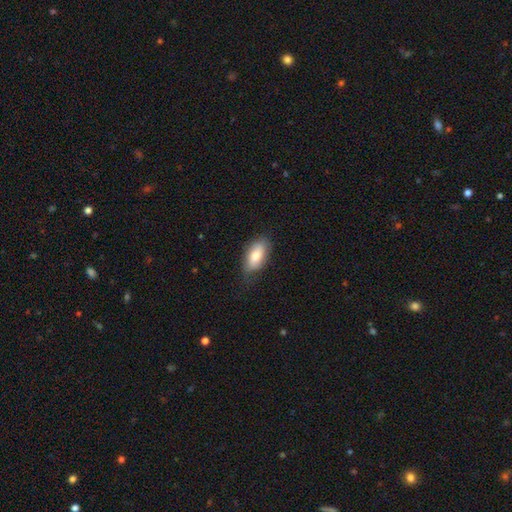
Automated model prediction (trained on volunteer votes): A smooth galaxy with no disk features (78%) that is in between round and cigar-shaped (90%). Merging: none (73%).